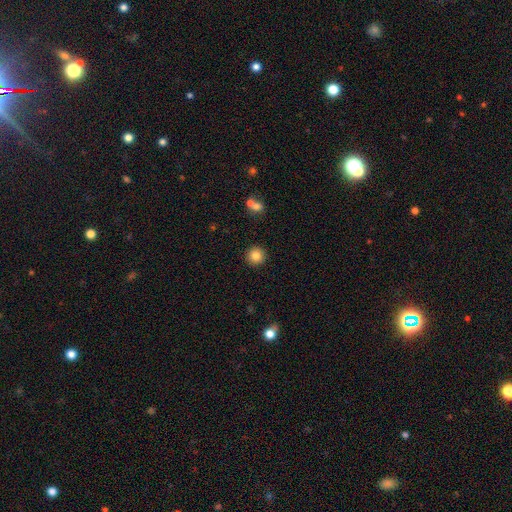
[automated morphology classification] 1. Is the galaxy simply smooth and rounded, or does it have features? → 83% smooth, 10% star or artifact, 7% featured or disk.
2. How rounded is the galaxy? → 95% round, 5% in between, 1% cigar-shaped.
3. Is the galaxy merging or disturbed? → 92% none, 5% minor disturbance, 2% merger, 2% major disturbance.